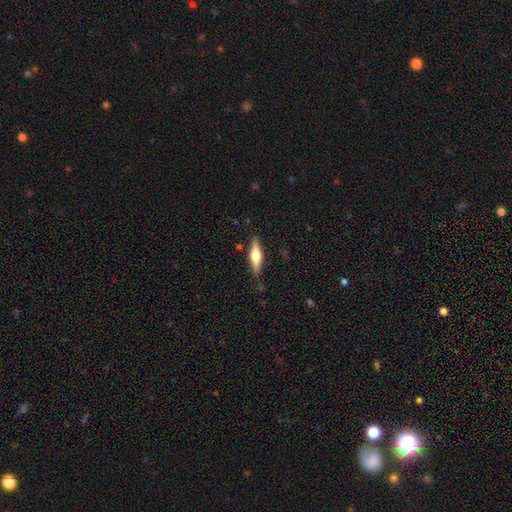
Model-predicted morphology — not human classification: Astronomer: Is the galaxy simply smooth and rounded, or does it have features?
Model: featured or disk — 57% (runner-up: smooth, 37%).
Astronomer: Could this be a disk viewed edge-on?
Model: yes — 95%.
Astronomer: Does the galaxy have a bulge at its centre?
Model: rounded — 93%.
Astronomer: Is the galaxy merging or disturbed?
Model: none — 84%.